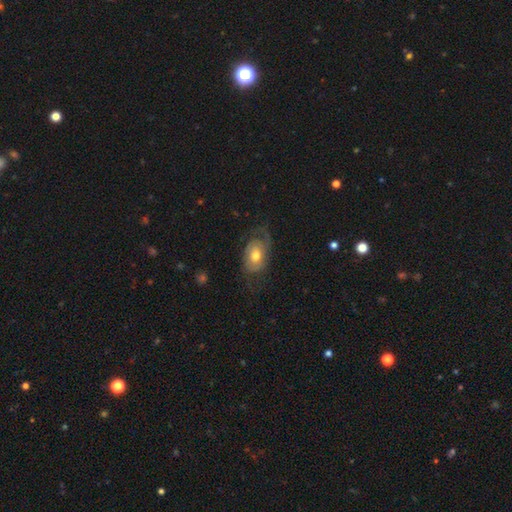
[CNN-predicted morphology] type=featured or disk (61%); edge-on=no (95%); bar=no (77%); spiral arms=yes (80%); bulge=moderate (72%); merging=none (52%).